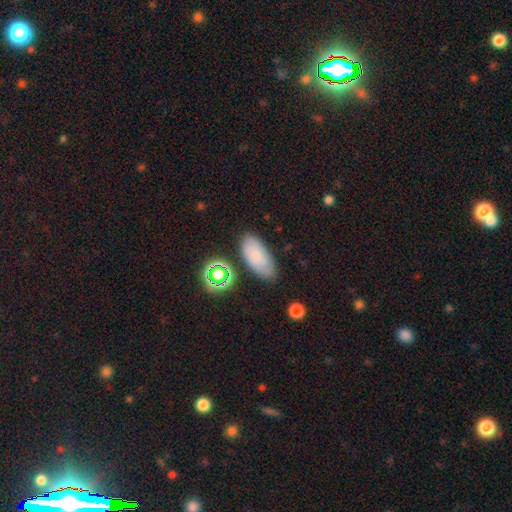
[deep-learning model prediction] Smooth or featured: smooth — 70% (featured or disk — 19%)
How rounded: in between — 89% (cigar-shaped — 8%)
Merging: none — 75% (minor disturbance — 17%)